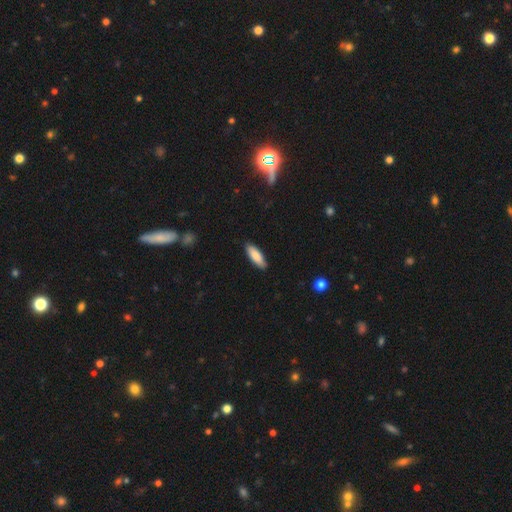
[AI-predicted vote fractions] Smooth or featured? Predicted: smooth (p=0.85). How rounded? Predicted: in between (p=0.56). Merging? Predicted: none (p=0.88).